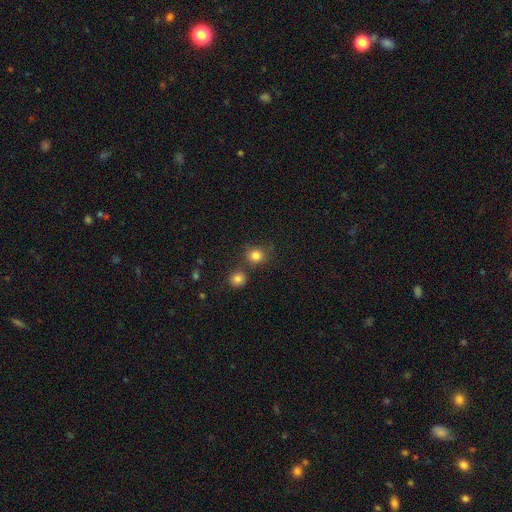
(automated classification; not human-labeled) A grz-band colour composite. It shows a smooth galaxy with no disk features (82%) that is round (88%). Merging: none (72%).